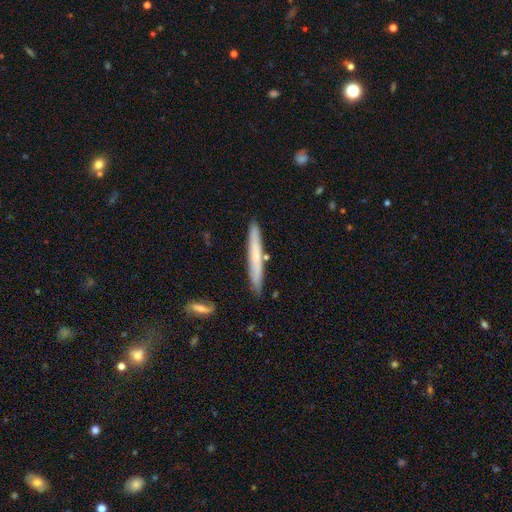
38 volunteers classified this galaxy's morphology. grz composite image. It shows a smooth galaxy with no disk features (63%) that is cigar-shaped (96%). Merging: none (86%).